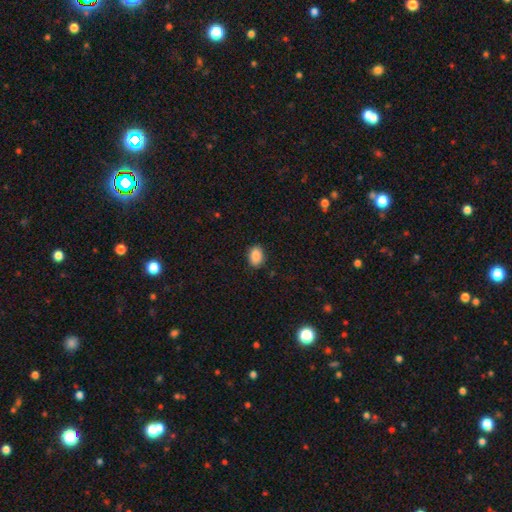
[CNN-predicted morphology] A smooth galaxy with no disk features (88%) that is in between round and cigar-shaped (76%). Merging: none (87%).